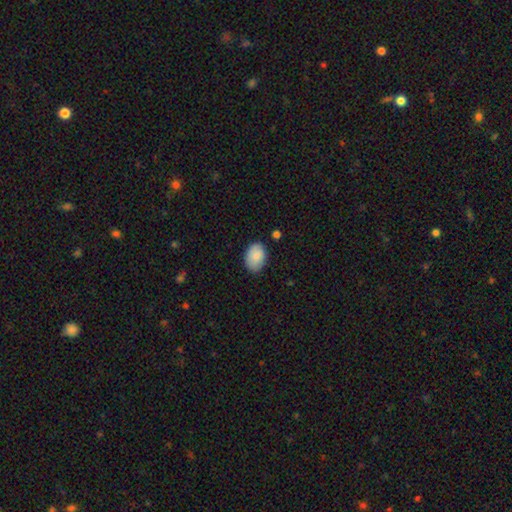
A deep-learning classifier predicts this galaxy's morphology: A smooth galaxy with no disk features (87%) that is in between round and cigar-shaped (85%).

Vote fractions:
- Smooth or featured? smooth: 87% / featured or disk: 6% / star or artifact: 6%
- How rounded? in between: 85% / round: 14% / cigar-shaped: 1%
- Merging? none: 82% / minor disturbance: 14% / major disturbance: 2% / merger: 2%